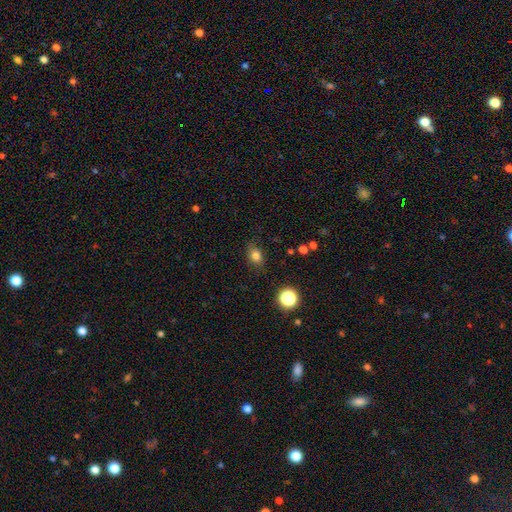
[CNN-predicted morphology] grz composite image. It shows a smooth galaxy with no disk features (80%) that is in between round and cigar-shaped (66%). Merging: none (79%).